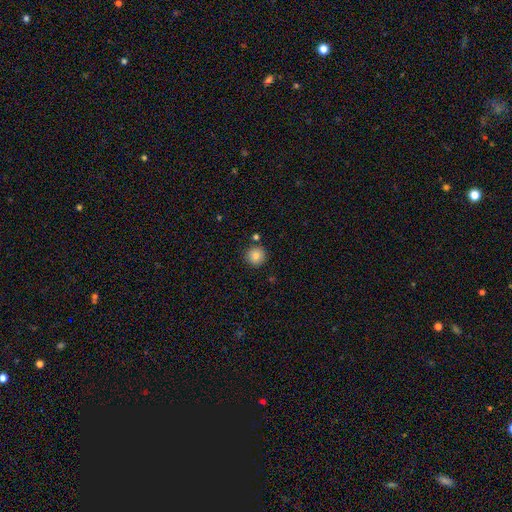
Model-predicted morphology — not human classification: Smooth or featured? smooth (84%)
How rounded? round (95%)
Merging? none (86%)